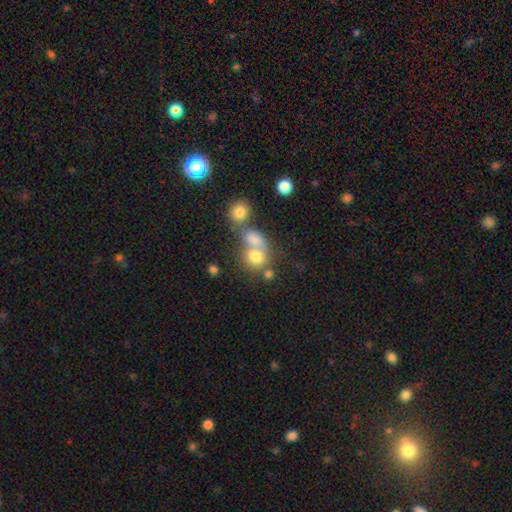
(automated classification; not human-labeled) This appears to be a smooth galaxy with no disk features (75%) that is round (74%). Merging: merger (48%).